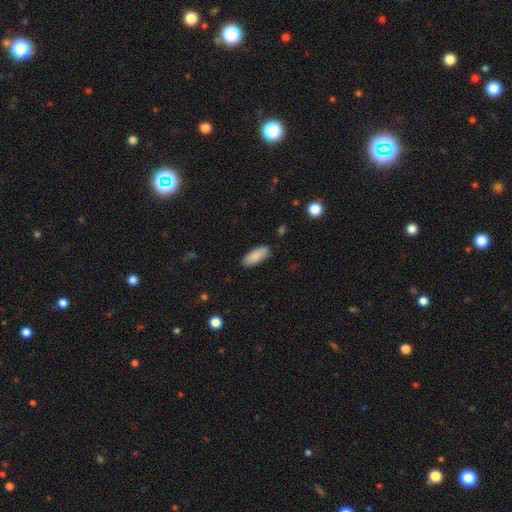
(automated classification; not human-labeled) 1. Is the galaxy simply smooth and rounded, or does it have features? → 88% smooth, 6% star or artifact, 5% featured or disk.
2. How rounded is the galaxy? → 77% in between, 21% cigar-shaped, 2% round.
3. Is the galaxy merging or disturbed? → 86% none, 10% minor disturbance, 2% major disturbance, 1% merger.